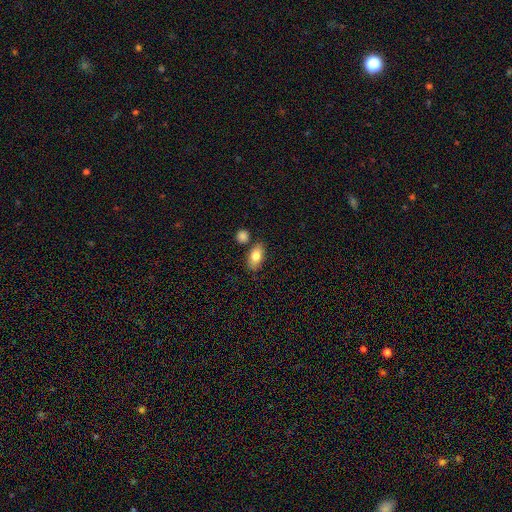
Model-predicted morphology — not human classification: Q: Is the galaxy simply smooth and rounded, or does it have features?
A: smooth — 79%.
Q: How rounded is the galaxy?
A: in between — 88%.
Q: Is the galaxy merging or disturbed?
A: none — 74%.